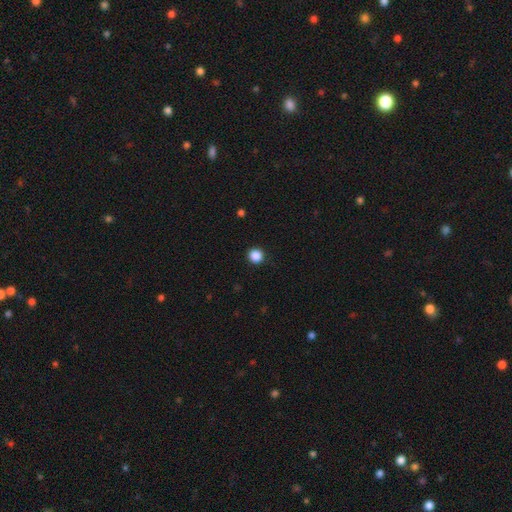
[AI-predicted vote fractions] Q: Smooth or featured?
A: smooth (87%); runner-up: star or artifact (10%)
Q: How rounded?
A: round (94%); runner-up: in between (5%)
Q: Merging?
A: none (92%); runner-up: minor disturbance (5%)